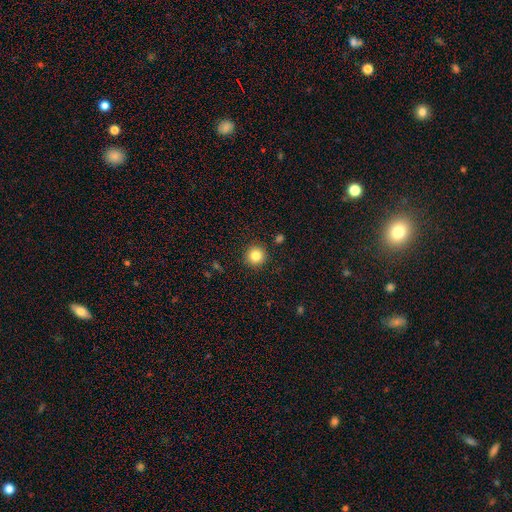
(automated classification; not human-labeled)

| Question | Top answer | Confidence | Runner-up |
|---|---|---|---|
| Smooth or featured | smooth | 83% | star or artifact (11%) |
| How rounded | round | 95% | in between (4%) |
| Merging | none | 91% | minor disturbance (5%) |